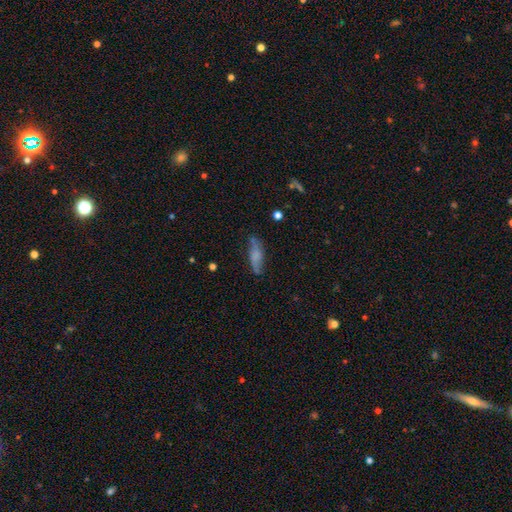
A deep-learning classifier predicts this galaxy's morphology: This is possibly a smooth galaxy (57%). How rounded: possibly in between (50%). Merging: likely none (66%).